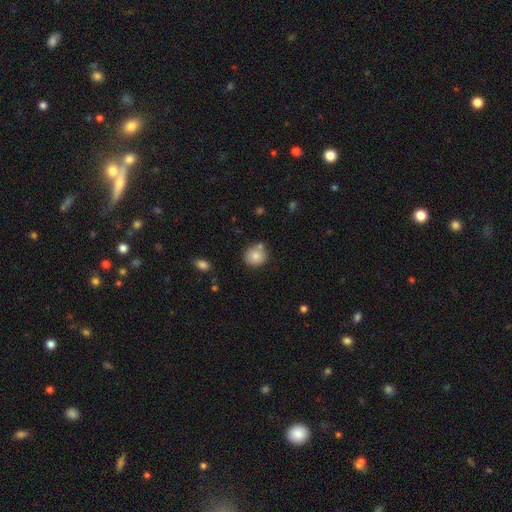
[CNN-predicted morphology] The model was most divided on "merging": none: 73%, merger: 12%, minor disturbance: 12%, major disturbance: 3%. More confident: how rounded — round (89%); smooth or featured — smooth (81%).